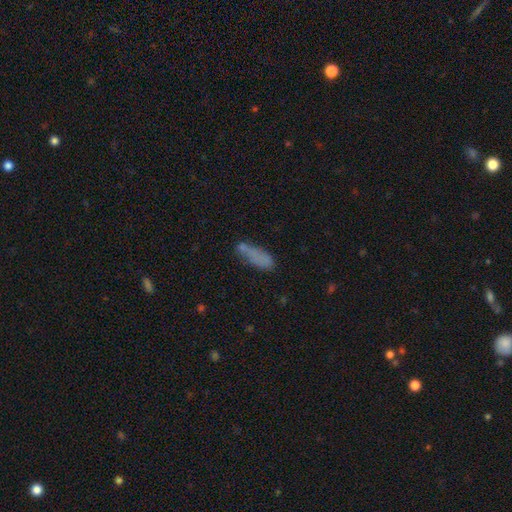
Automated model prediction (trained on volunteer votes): This is likely a smooth galaxy (68%). How rounded: possibly cigar-shaped (51%). Merging: possibly none (52%).